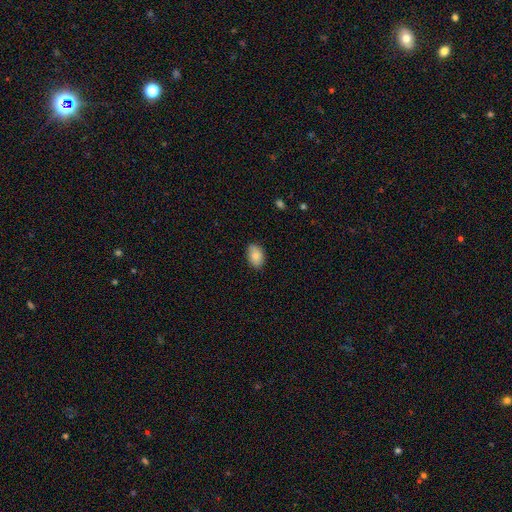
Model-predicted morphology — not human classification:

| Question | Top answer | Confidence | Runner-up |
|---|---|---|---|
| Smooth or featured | smooth | 83% | featured or disk (10%) |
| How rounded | in between | 86% | round (13%) |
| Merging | none | 86% | minor disturbance (11%) |